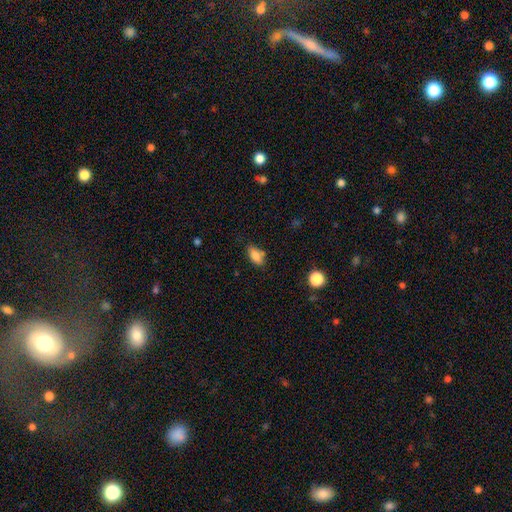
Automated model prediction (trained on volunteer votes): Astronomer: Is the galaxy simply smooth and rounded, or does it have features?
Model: smooth — 81%.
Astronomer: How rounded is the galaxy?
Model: in between — 84%.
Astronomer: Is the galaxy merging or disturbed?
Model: none — 67%.